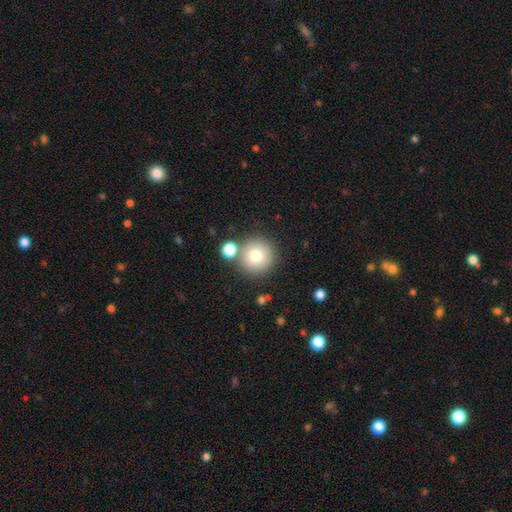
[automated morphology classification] Smooth or featured: smooth — 77% (featured or disk — 12%)
How rounded: round — 96% (in between — 3%)
Merging: none — 76% (merger — 13%)